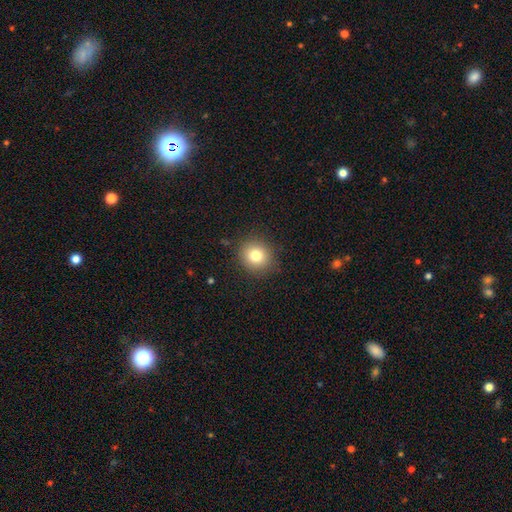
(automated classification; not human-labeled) smooth_or_featured: smooth (p=0.80) [alt: star or artifact p=0.11]
how_rounded: round (p=0.85) [alt: in between p=0.14]
merging: none (p=0.88) [alt: minor disturbance p=0.08]